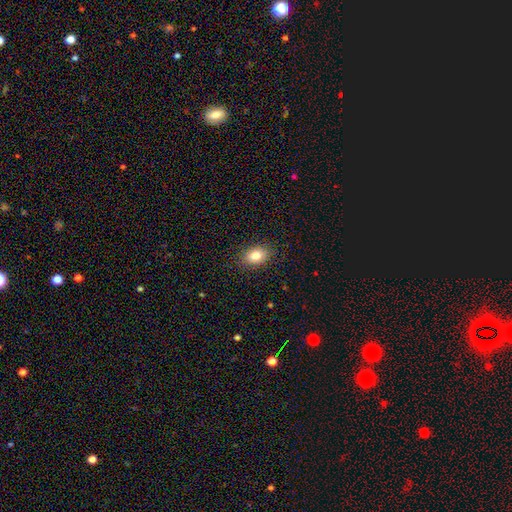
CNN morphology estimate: This appears to be a smooth galaxy with no disk features (81%) that is in between round and cigar-shaped (77%). Merging: none (88%).